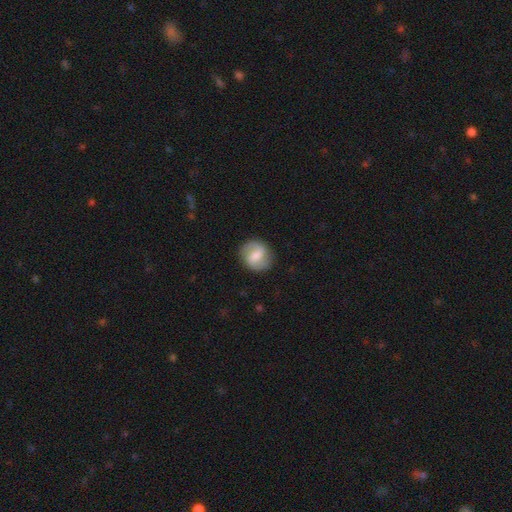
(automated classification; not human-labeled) Morphology: type=featured or disk (55%); edge-on=no (97%); bar=weak (51%); spiral arms=yes (83%); bulge=moderate (47%); merging=none (86%).